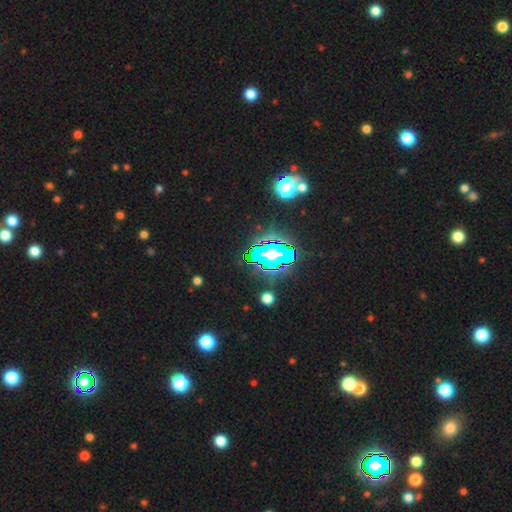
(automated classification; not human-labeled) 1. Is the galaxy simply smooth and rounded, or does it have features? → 72% star or artifact, 15% smooth, 13% featured or disk.